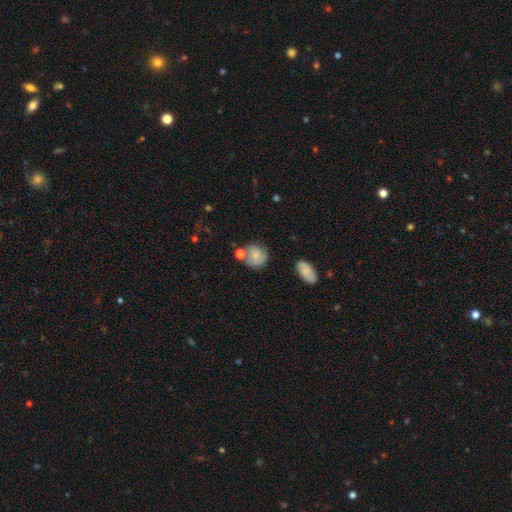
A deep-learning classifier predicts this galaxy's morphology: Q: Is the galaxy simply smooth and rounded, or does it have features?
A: smooth — 70%.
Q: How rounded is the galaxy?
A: round — 79%.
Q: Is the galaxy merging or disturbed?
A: none — 59%.